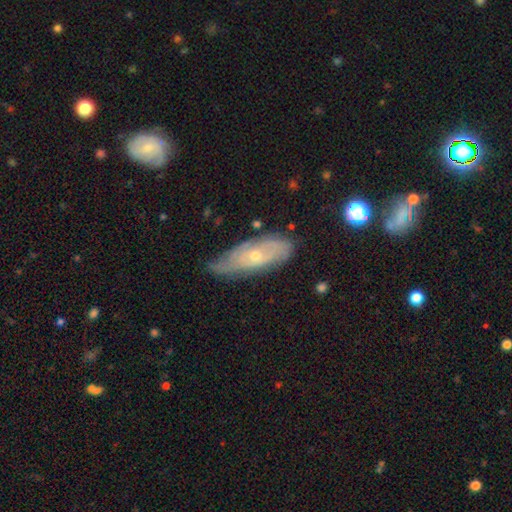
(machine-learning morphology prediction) smooth_or_featured: featured or disk (p=0.63) [alt: smooth p=0.30]
disk_edge_on: no (p=0.80) [alt: yes p=0.20]
bar: no (p=0.79) [alt: weak p=0.17]
has_spiral_arms: yes (p=0.73) [alt: no p=0.27]
bulge_size: small (p=0.67) [alt: moderate p=0.30]
merging: none (p=0.59) [alt: minor disturbance p=0.32]